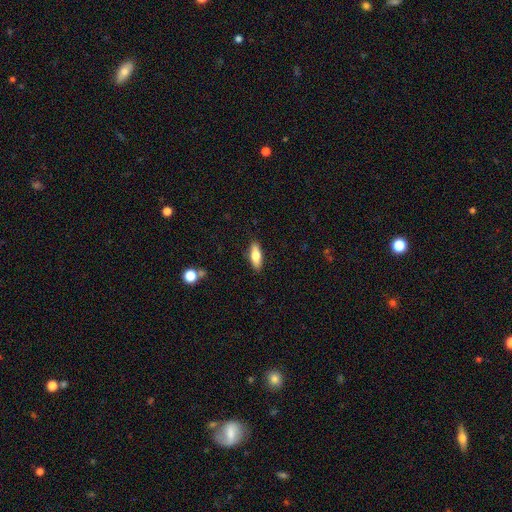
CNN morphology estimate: smooth_or_featured: smooth (p=0.73) [alt: featured or disk p=0.20]
how_rounded: in between (p=0.64) [alt: cigar-shaped p=0.33]
merging: none (p=0.88) [alt: minor disturbance p=0.09]